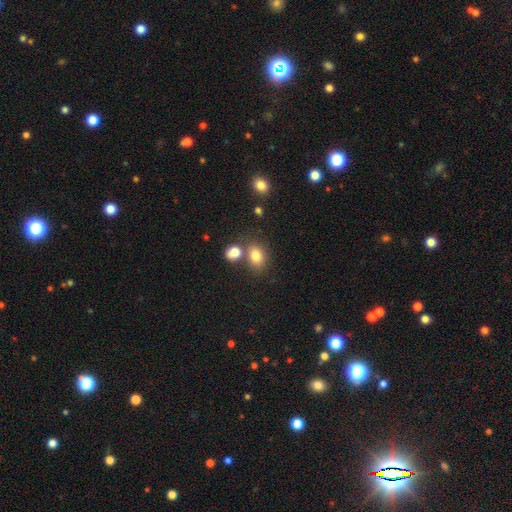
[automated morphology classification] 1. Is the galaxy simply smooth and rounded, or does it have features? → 80% smooth, 12% star or artifact, 8% featured or disk.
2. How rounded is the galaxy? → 59% in between, 39% round, 1% cigar-shaped.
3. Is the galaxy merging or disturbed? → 59% none, 25% merger, 12% minor disturbance, 4% major disturbance.